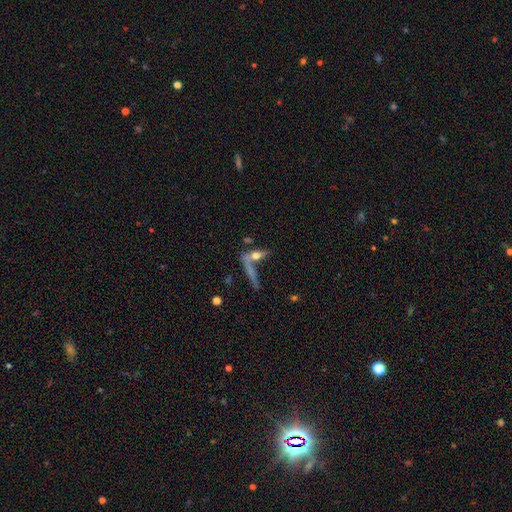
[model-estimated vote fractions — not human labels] Smooth or featured?
  - smooth: 53% *
  - featured or disk: 37%
  - star or artifact: 11%
How rounded?
  - cigar-shaped: 56% *
  - in between: 37%
  - round: 7%
Merging?
  - none: 41% *
  - merger: 36%
  - minor disturbance: 12%
  - major disturbance: 10%